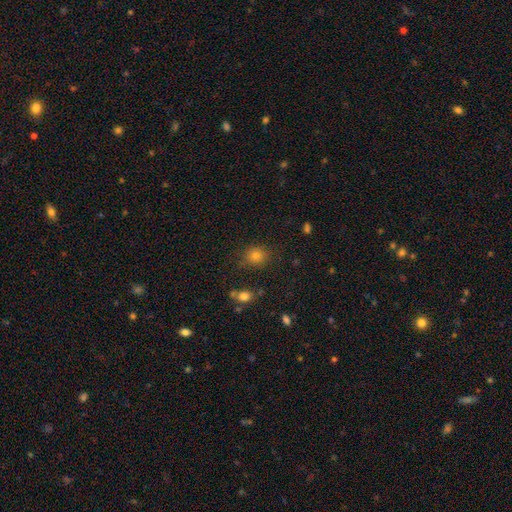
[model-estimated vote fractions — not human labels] Smooth or featured? Predicted: smooth (p=0.76). How rounded? Predicted: round (p=0.74). Merging? Predicted: none (p=0.79).